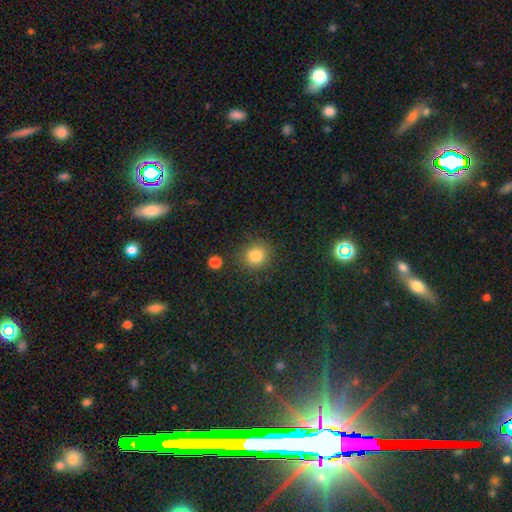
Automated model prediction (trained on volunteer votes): Smooth or featured?
  - smooth: 81% *
  - star or artifact: 13%
  - featured or disk: 6%
How rounded?
  - round: 85% *
  - in between: 14%
  - cigar-shaped: 1%
Merging?
  - none: 84% *
  - minor disturbance: 10%
  - major disturbance: 3%
  - merger: 3%